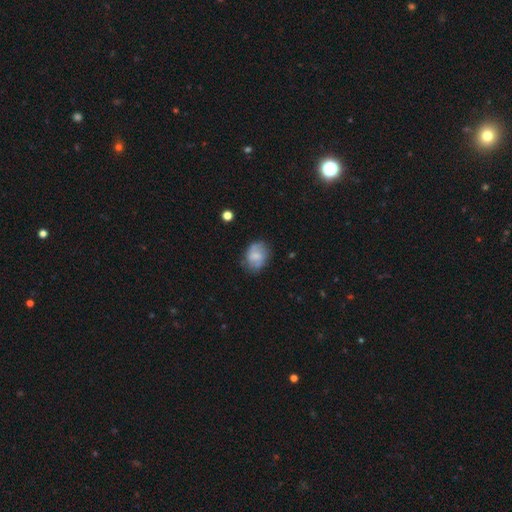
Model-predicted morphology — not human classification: A smooth galaxy with no disk features (60%) that is in between round and cigar-shaped (59%).

Vote fractions:
- Smooth or featured? smooth: 60% / featured or disk: 32% / star or artifact: 8%
- How rounded? in between: 59% / round: 40% / cigar-shaped: 1%
- Merging? none: 69% / minor disturbance: 22% / major disturbance: 7% / merger: 2%